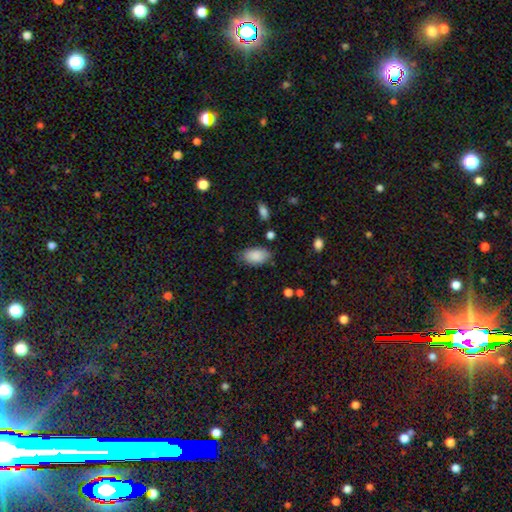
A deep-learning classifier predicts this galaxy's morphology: Smooth or featured: smooth — 88% (star or artifact — 7%)
How rounded: in between — 94% (round — 5%)
Merging: none — 76% (minor disturbance — 17%)